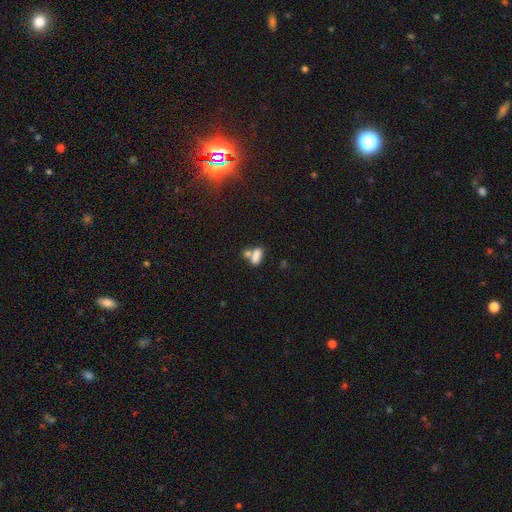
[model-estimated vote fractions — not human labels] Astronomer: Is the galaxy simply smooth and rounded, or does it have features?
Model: smooth — 80%.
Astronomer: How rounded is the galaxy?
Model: in between — 82%.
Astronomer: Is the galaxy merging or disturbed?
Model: merger — 47% (runner-up: none, 38%).